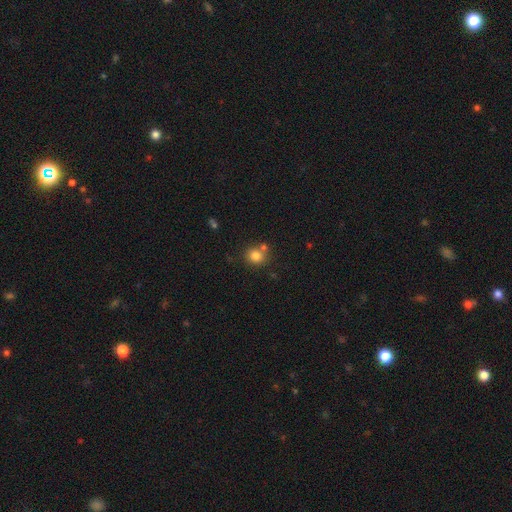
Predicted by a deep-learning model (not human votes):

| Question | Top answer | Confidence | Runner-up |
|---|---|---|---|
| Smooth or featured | smooth | 81% | star or artifact (12%) |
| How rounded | round | 83% | in between (17%) |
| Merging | none | 67% | merger (19%) |